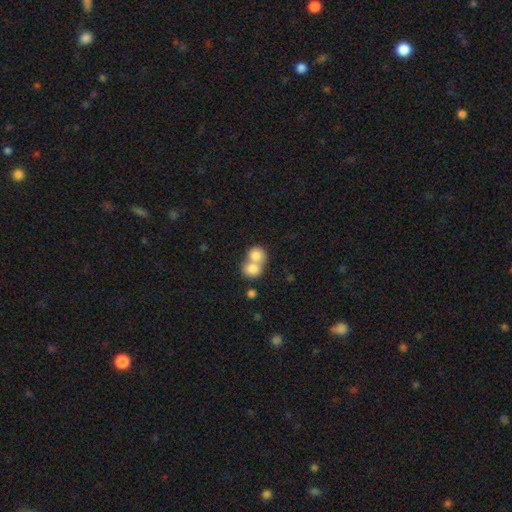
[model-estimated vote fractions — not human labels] Smooth or featured? smooth (80%)
How rounded? round (71%)
Merging? merger (73%)